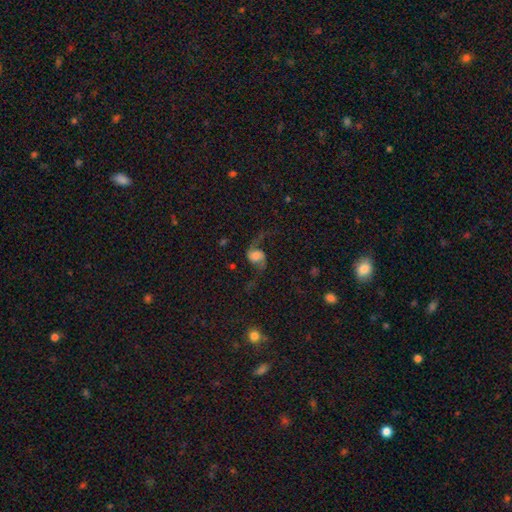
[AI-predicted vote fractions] This appears to be a featured or disk galaxy (71%) with no bar (59%), 2 (92%) loose (87%) spiral arms (93%) and a large central bulge (33%). Merging: none (60%).